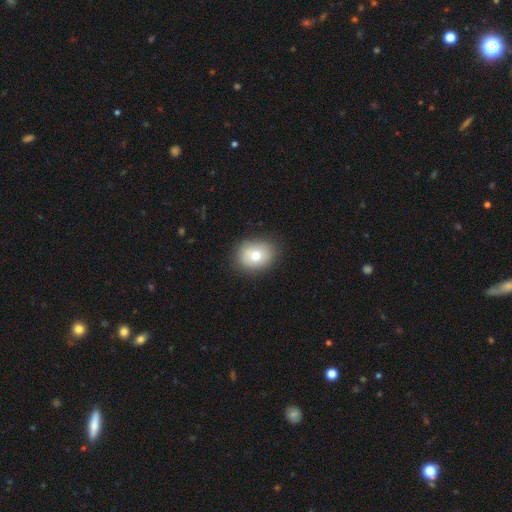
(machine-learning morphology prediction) Overall: smooth (73%). How rounded: round (52%; in between 47%). Merging: none (84%).